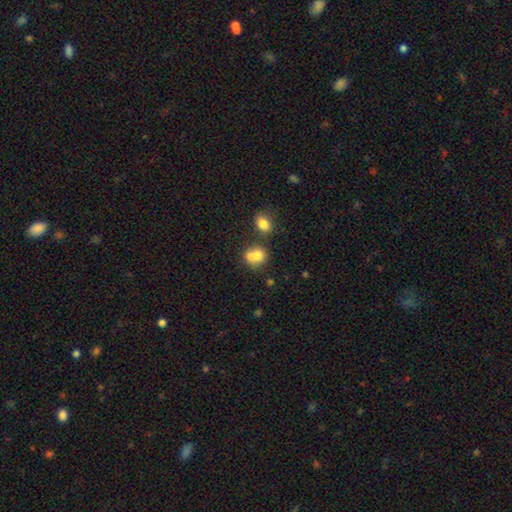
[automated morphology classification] A smooth galaxy with no disk features (73%) that is round (66%).

Vote fractions:
- Smooth or featured? smooth: 73% / featured or disk: 16% / star or artifact: 11%
- How rounded? round: 66% / in between: 33% / cigar-shaped: 1%
- Merging? merger: 57% / none: 30% / minor disturbance: 9% / major disturbance: 4%